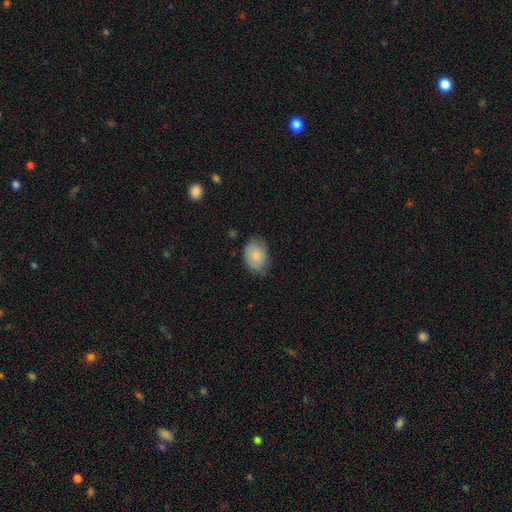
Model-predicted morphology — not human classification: Smooth or featured? smooth (80%)
How rounded? in between (79%)
Merging? none (65%)